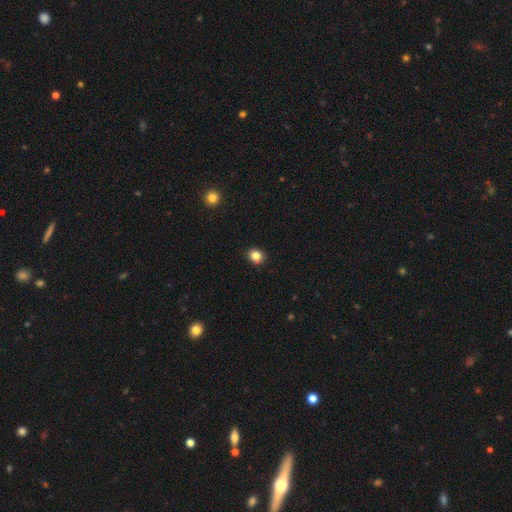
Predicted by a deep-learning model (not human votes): A smooth galaxy with no disk features (84%) that is round (74%). Merging: none (90%).